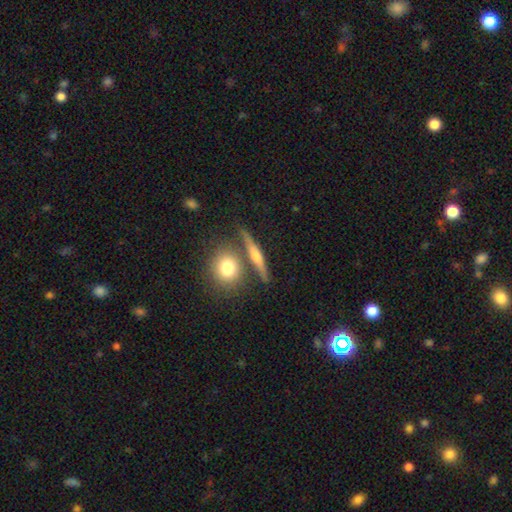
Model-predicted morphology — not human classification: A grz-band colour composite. It shows a featured or disk galaxy (54%) viewed edge-on (91%). Merging: none (75%).